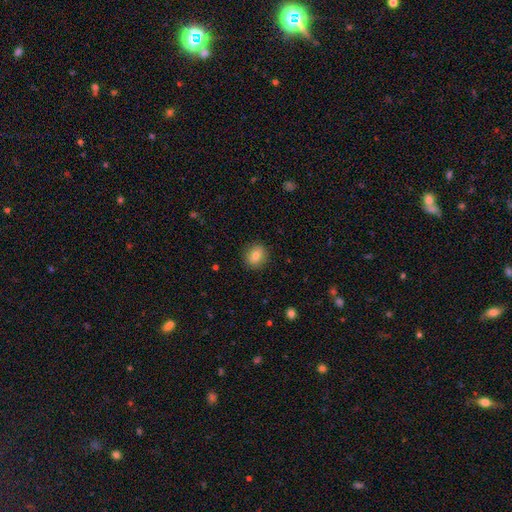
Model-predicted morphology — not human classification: A smooth galaxy with no disk features (79%) that is round (77%).

Vote fractions:
- Smooth or featured? smooth: 79% / featured or disk: 11% / star or artifact: 10%
- How rounded? round: 77% / in between: 22% / cigar-shaped: 1%
- Merging? none: 90% / minor disturbance: 7% / major disturbance: 2% / merger: 1%